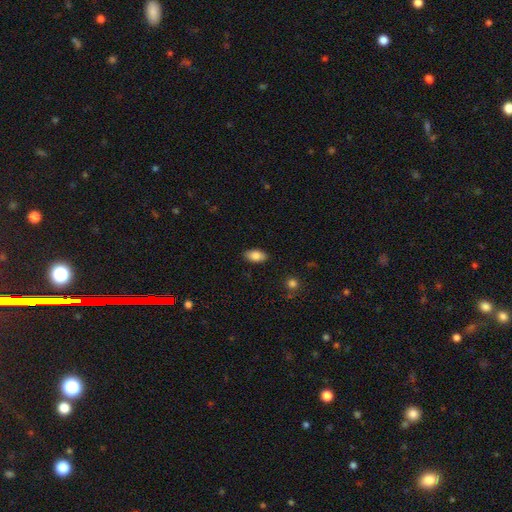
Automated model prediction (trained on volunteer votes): smooth-or-featured: smooth: 85% | star or artifact: 7% | featured or disk: 7%
  how-rounded: in between: 92% | round: 4% | cigar-shaped: 4%
  merging: none: 87% | minor disturbance: 9% | major disturbance: 2% | merger: 1%